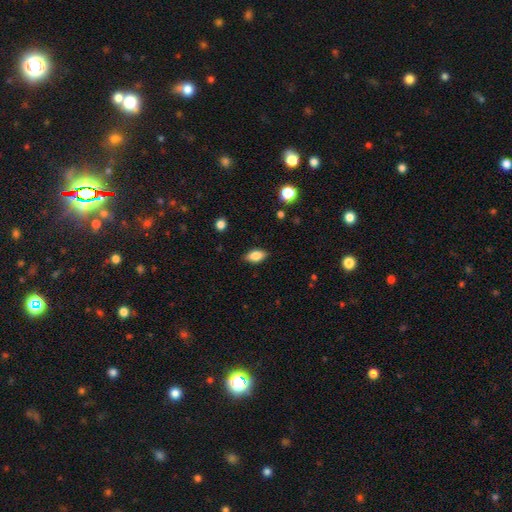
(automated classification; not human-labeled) A smooth galaxy with no disk features (78%) that is in between round and cigar-shaped (88%). Merging: none (86%).